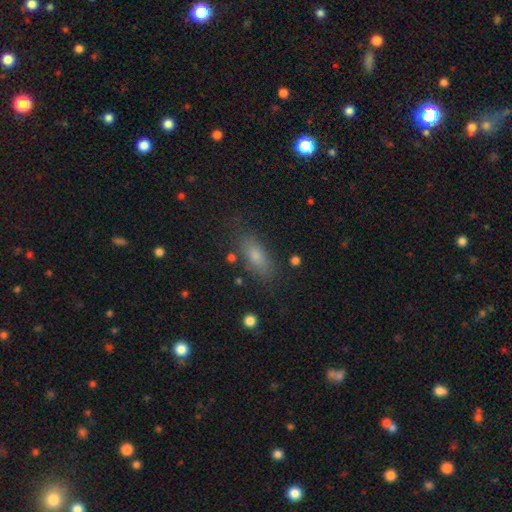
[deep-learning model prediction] smooth 71%, featured or disk 16%, star or artifact 13%. Down the decision tree: how rounded — in between (68%); merging — none (80%).